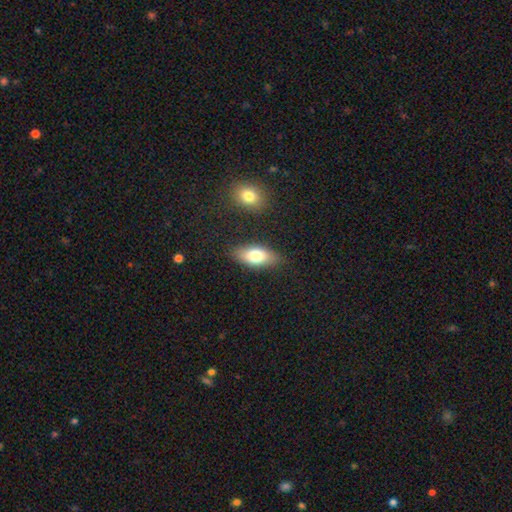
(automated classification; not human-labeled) smooth-or-featured: smooth: 74% | featured or disk: 18% | star or artifact: 7%
  how-rounded: in between: 86% | cigar-shaped: 10% | round: 4%
  merging: none: 82% | minor disturbance: 12% | major disturbance: 3% | merger: 3%